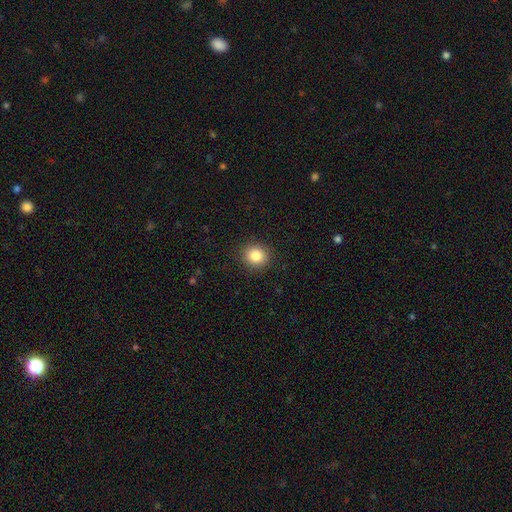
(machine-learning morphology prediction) Smooth or featured? smooth (84%)
How rounded? round (85%)
Merging? none (90%)